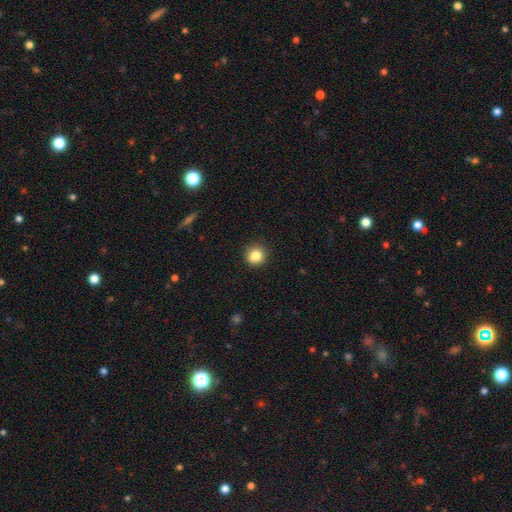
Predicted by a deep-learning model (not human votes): This is clearly a smooth galaxy (84%). How rounded: clearly round (90%). Merging: clearly none (91%).